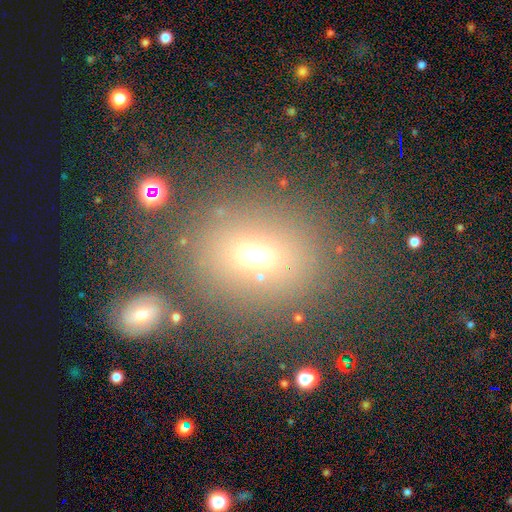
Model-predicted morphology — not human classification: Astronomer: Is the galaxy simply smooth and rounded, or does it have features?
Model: smooth — 65%.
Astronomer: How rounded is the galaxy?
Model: round — 59% (runner-up: in between, 39%).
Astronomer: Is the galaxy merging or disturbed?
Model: none — 72%.